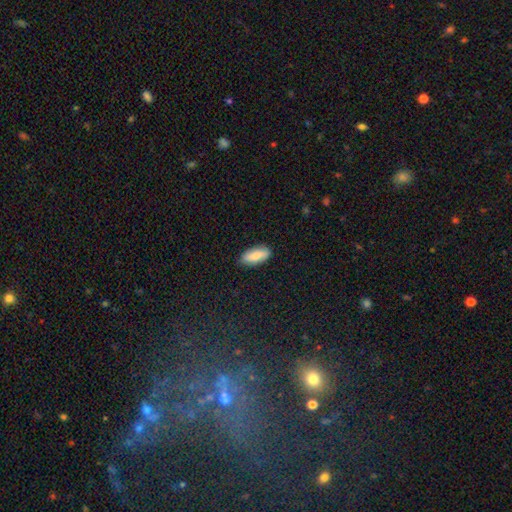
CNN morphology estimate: smooth-or-featured: smooth: 79% | featured or disk: 14% | star or artifact: 6%
  how-rounded: in between: 82% | cigar-shaped: 16% | round: 2%
  merging: none: 86% | minor disturbance: 11% | major disturbance: 2% | merger: 1%